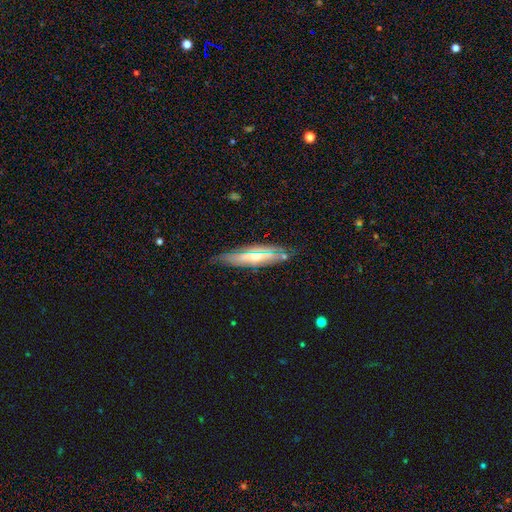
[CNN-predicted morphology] A featured or disk galaxy (55%) viewed edge-on (64%). Merging: none (78%).